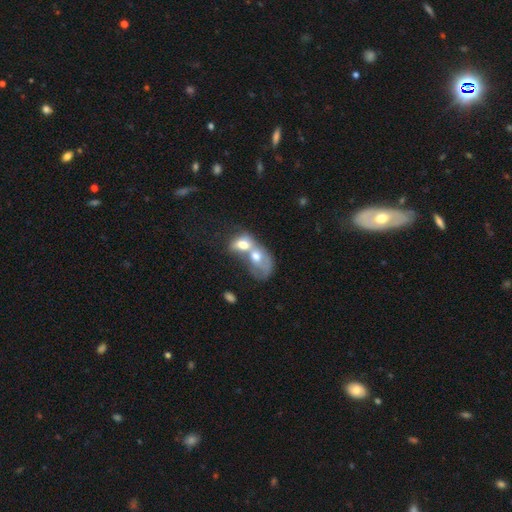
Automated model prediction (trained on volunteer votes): Q: Smooth or featured?
A: smooth (45%); runner-up: featured or disk (44%)
Q: Merging?
A: merger (81%); runner-up: none (8%)